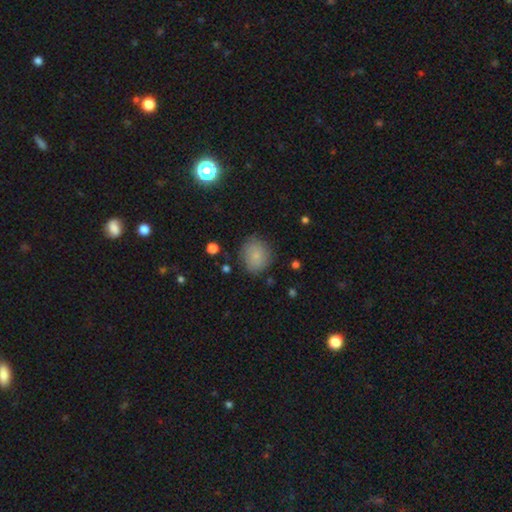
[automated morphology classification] type=smooth (79%); roundness=round (77%); merging=none (78%).